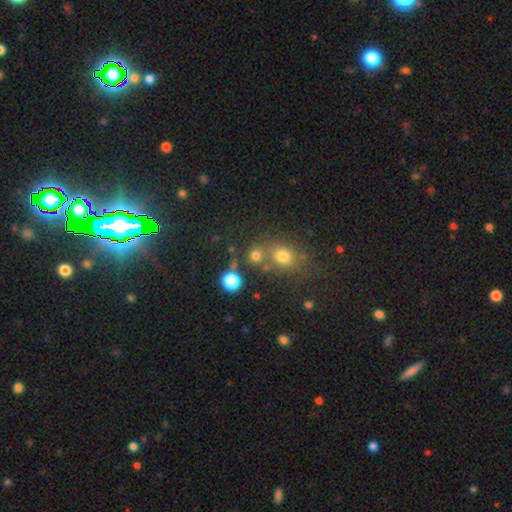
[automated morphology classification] Smooth or featured? Predicted: smooth (p=0.71). How rounded? Predicted: round (p=0.82). Merging? Predicted: none (p=0.62).